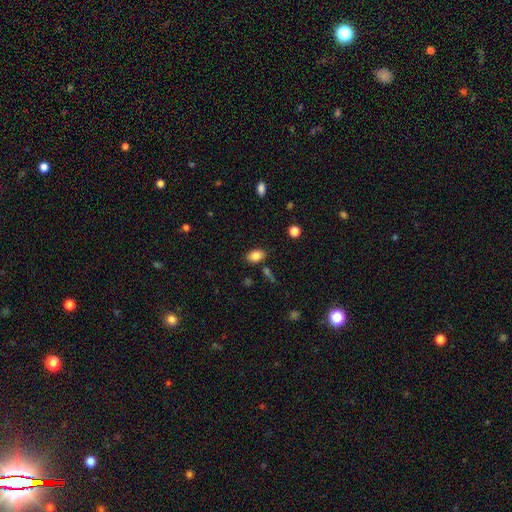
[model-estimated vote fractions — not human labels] Smooth or featured? Predicted: smooth (p=0.85). How rounded? Predicted: in between (p=0.87). Merging? Predicted: none (p=0.81).